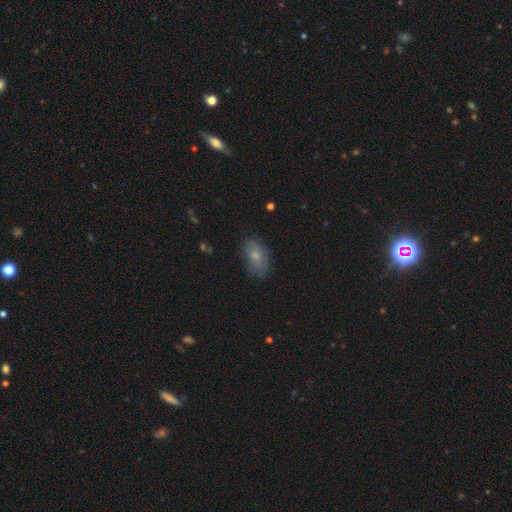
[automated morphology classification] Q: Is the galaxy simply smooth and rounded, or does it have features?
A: smooth — 74%.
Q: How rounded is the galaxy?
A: in between — 89%.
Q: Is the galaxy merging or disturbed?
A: none — 74%.